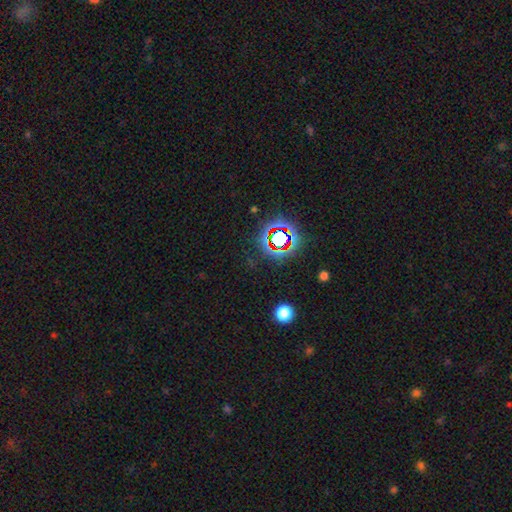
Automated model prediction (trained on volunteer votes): Smooth or featured: star or artifact — 75% (smooth — 14%)